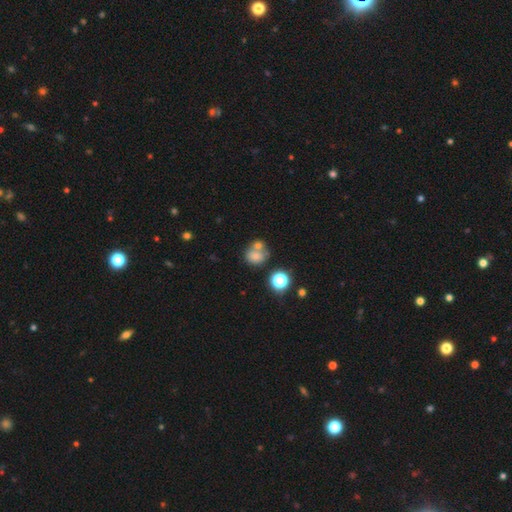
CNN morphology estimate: This appears to be a smooth galaxy with no disk features (74%) that is round (63%). Merging: merger (44%).